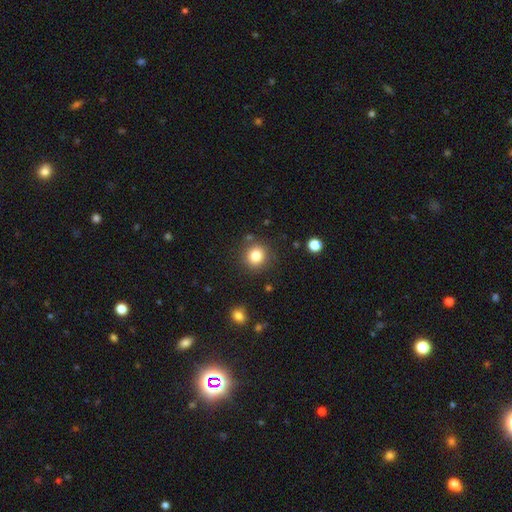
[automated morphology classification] This is clearly a smooth galaxy (83%). How rounded: clearly round (87%). Merging: clearly none (85%).